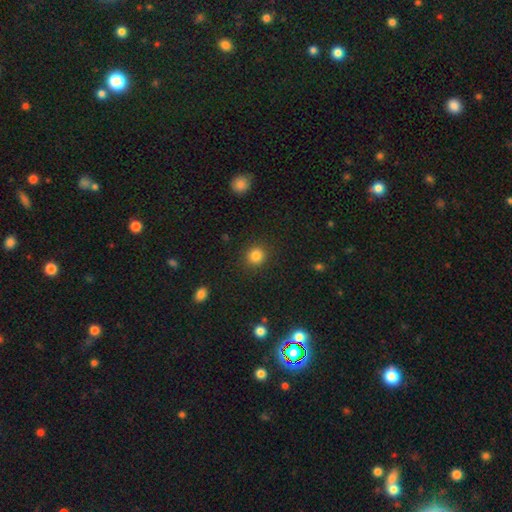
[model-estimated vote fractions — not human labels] This is clearly a smooth galaxy (85%). How rounded: clearly round (90%). Merging: clearly none (90%).